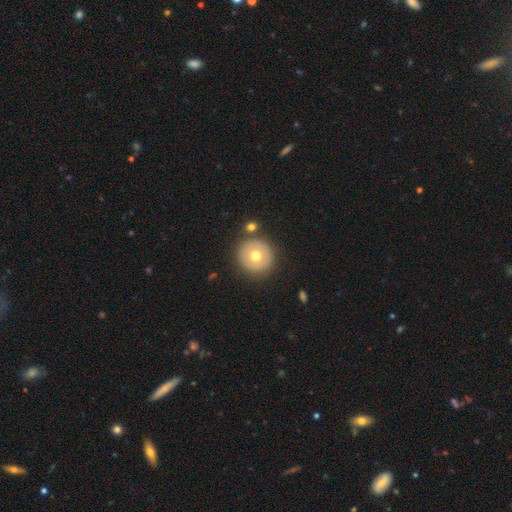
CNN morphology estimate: Smooth or featured: smooth — 65% (featured or disk — 27%)
How rounded: round — 94% (in between — 5%)
Merging: none — 85% (minor disturbance — 8%)